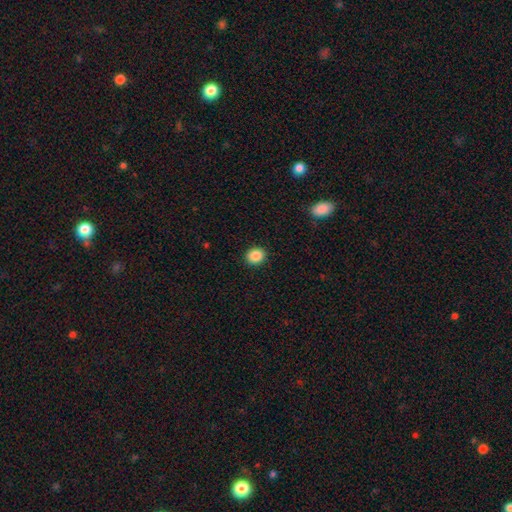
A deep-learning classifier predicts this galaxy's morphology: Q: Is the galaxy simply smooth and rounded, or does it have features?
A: smooth — 87%.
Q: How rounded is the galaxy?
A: round — 67%.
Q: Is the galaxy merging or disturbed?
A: none — 91%.